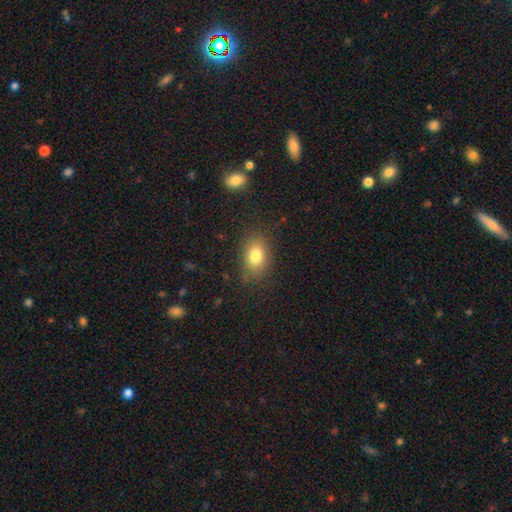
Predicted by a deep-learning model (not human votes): smooth 80%, featured or disk 10%, star or artifact 10%. Down the decision tree: how rounded — in between (82%); merging — none (82%).